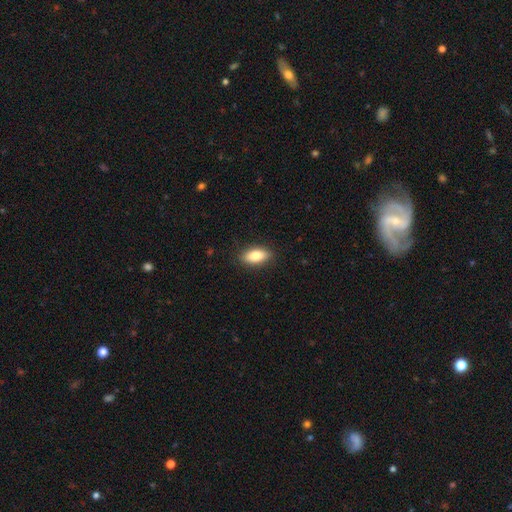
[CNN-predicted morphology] This is likely a smooth galaxy (80%). How rounded: clearly in between (86%). Merging: clearly none (88%).